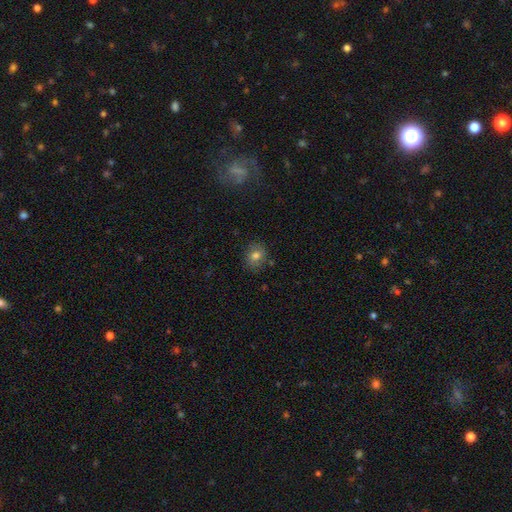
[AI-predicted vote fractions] The model was most divided on "how rounded": round: 56%, in between: 43%, cigar-shaped: 1%. More confident: merging — none (81%); smooth or featured — smooth (78%).